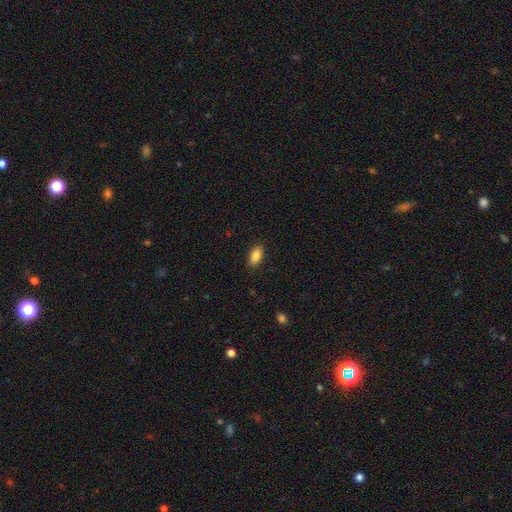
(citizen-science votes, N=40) This appears to be a smooth galaxy with no disk features (90%) that is in between round and cigar-shaped (86%). Merging: none (92%).